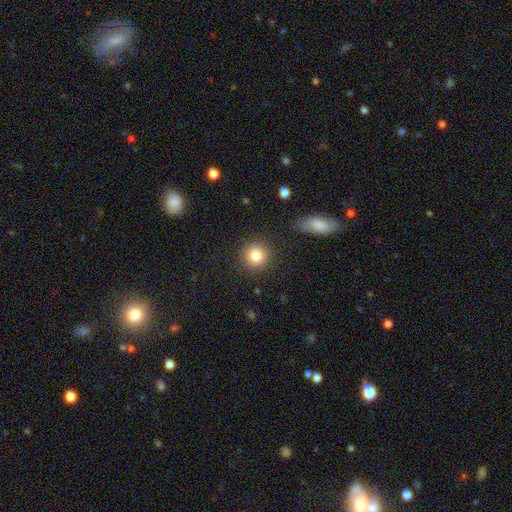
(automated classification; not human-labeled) Smooth or featured? Predicted: smooth (p=0.84). How rounded? Predicted: round (p=0.92). Merging? Predicted: none (p=0.88).